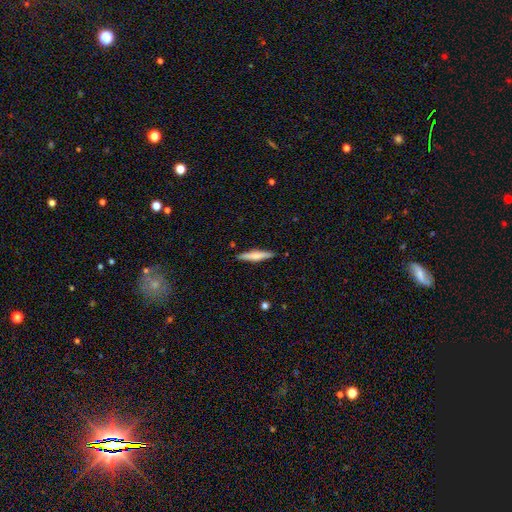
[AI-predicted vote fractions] This is likely a smooth galaxy (60%). How rounded: clearly cigar-shaped (91%). Merging: clearly none (89%).